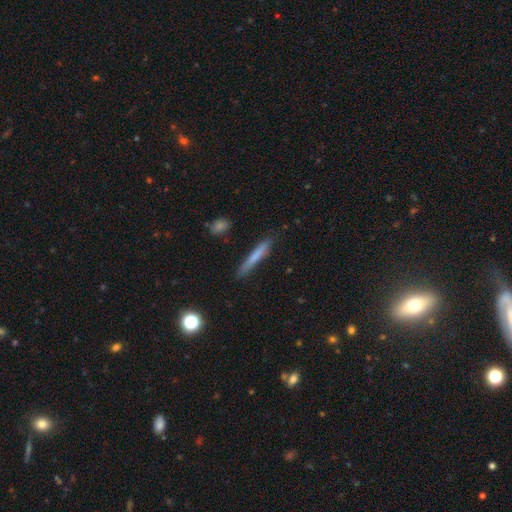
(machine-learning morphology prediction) smooth_or_featured: smooth (p=0.68) [alt: featured or disk p=0.25]
how_rounded: cigar-shaped (p=0.95) [alt: in between p=0.04]
merging: none (p=0.85) [alt: minor disturbance p=0.11]